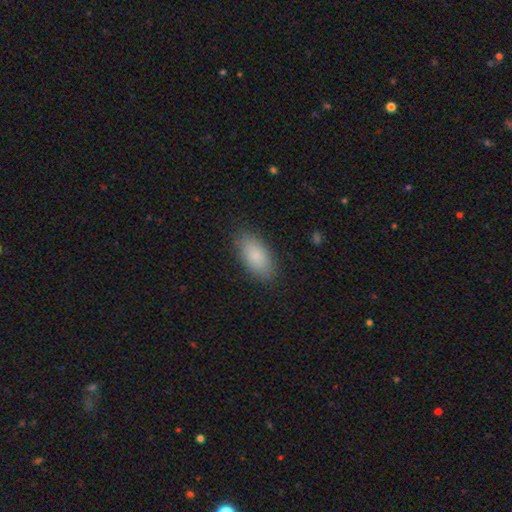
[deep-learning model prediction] smooth_or_featured: smooth (p=0.84) [alt: featured or disk p=0.09]
how_rounded: in between (p=0.91) [alt: cigar-shaped p=0.06]
merging: none (p=0.87) [alt: minor disturbance p=0.10]